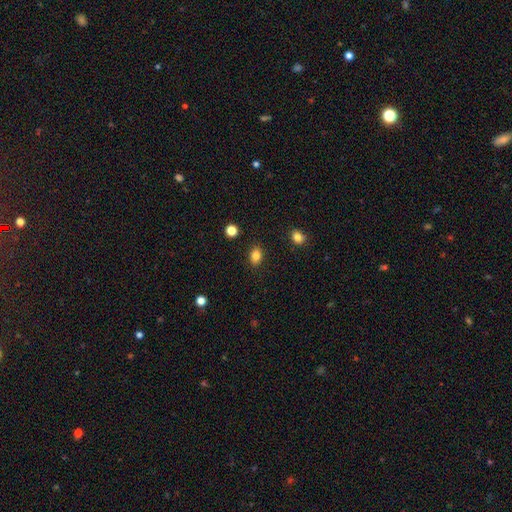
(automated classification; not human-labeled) Q: Smooth or featured?
A: smooth (84%); runner-up: star or artifact (10%)
Q: How rounded?
A: in between (70%); runner-up: round (29%)
Q: Merging?
A: none (88%); runner-up: minor disturbance (8%)